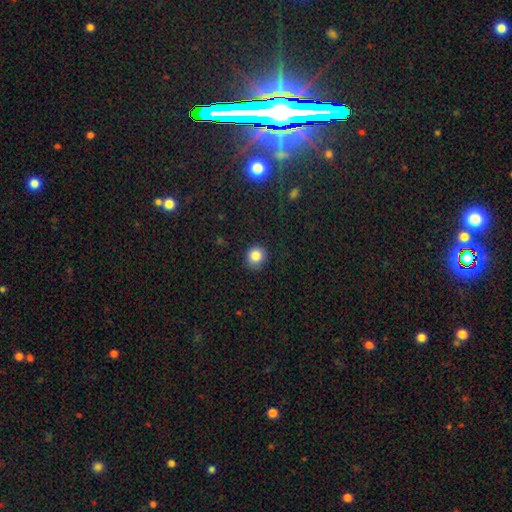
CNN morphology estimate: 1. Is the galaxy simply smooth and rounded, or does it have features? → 84% smooth, 11% star or artifact, 5% featured or disk.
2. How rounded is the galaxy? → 88% round, 11% in between, 1% cigar-shaped.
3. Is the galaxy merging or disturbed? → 88% none, 9% minor disturbance, 2% major disturbance, 1% merger.